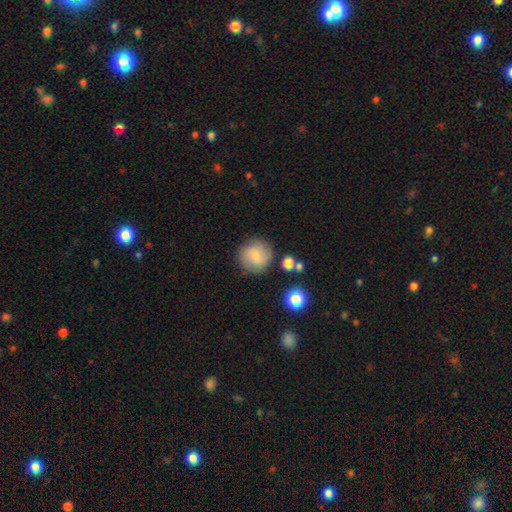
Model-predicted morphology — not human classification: A smooth galaxy with no disk features (69%) that is round (93%).

Vote fractions:
- Smooth or featured? smooth: 69% / featured or disk: 22% / star or artifact: 9%
- How rounded? round: 93% / in between: 6% / cigar-shaped: 1%
- Merging? none: 81% / minor disturbance: 12% / major disturbance: 4% / merger: 3%